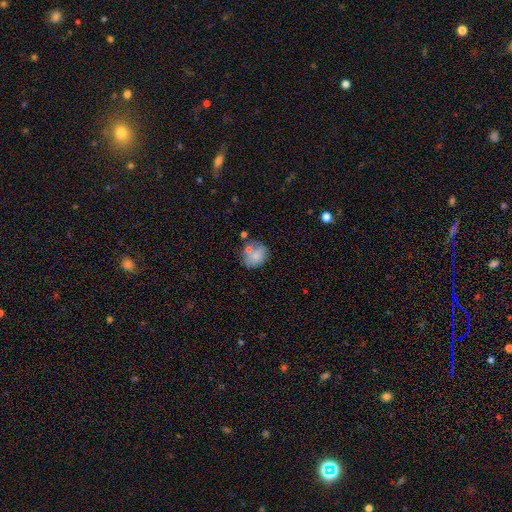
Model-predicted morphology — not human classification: This is likely a smooth galaxy (72%). How rounded: likely round (64%). Merging: possibly none (55%).